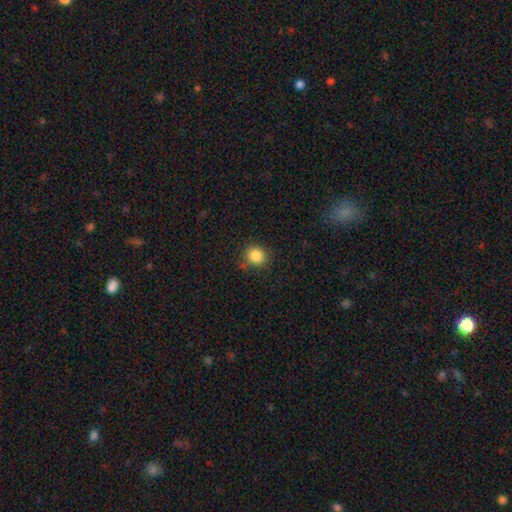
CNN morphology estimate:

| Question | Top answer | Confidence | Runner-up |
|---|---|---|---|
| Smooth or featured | smooth | 85% | star or artifact (11%) |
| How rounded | round | 88% | in between (11%) |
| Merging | none | 85% | minor disturbance (11%) |